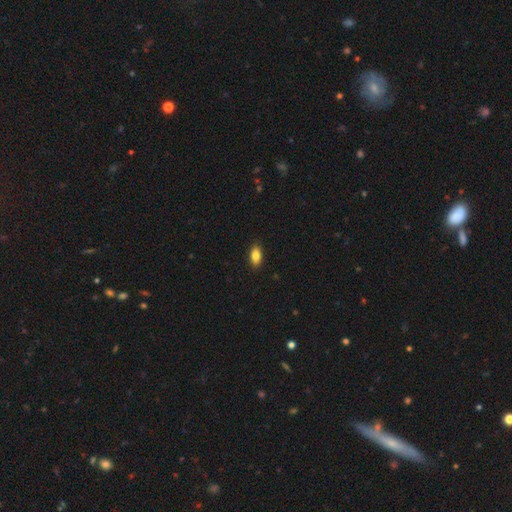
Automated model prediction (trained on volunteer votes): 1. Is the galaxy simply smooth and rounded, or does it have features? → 83% smooth, 9% featured or disk, 8% star or artifact.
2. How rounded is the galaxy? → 89% in between, 7% cigar-shaped, 4% round.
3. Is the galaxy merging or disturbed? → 89% none, 8% minor disturbance, 2% major disturbance, 1% merger.